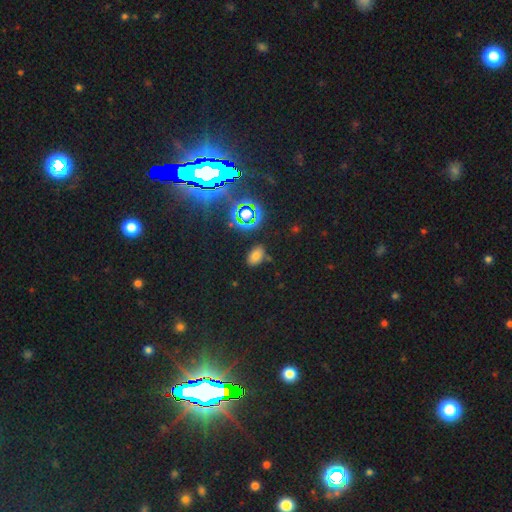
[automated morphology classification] This is possibly a smooth galaxy (60%). How rounded: clearly in between (87%). Merging: clearly none (81%).